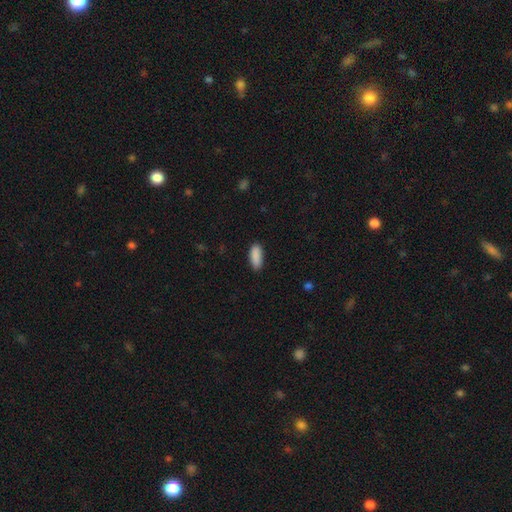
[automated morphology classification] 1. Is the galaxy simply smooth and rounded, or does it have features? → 90% smooth, 6% star or artifact, 3% featured or disk.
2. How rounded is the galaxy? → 76% in between, 22% cigar-shaped, 2% round.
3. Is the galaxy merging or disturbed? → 87% none, 10% minor disturbance, 2% major disturbance, 1% merger.